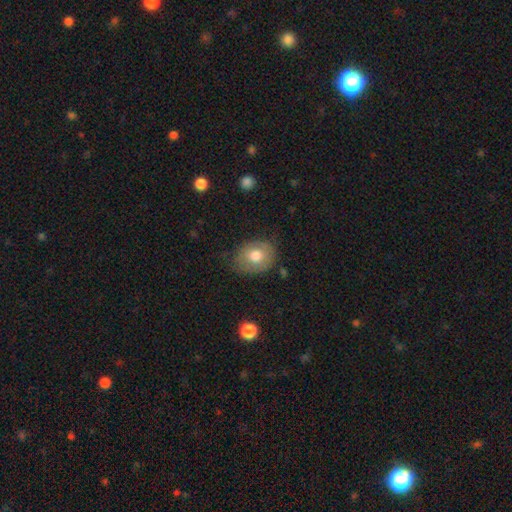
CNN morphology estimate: Q: Smooth or featured?
A: smooth (70%); runner-up: featured or disk (22%)
Q: How rounded?
A: in between (55%); runner-up: round (44%)
Q: Merging?
A: none (71%); runner-up: minor disturbance (22%)